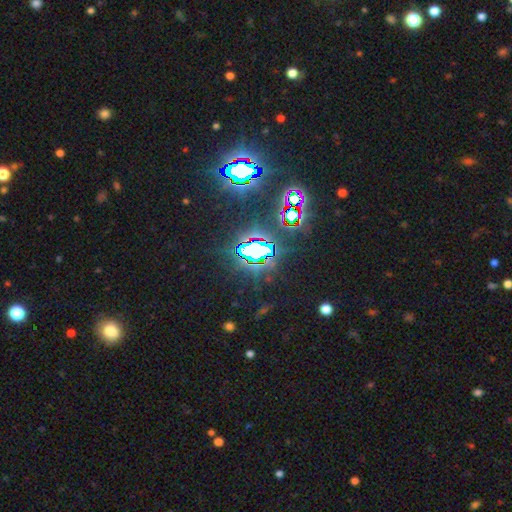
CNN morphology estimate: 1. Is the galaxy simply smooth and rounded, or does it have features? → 80% star or artifact, 12% smooth, 9% featured or disk.